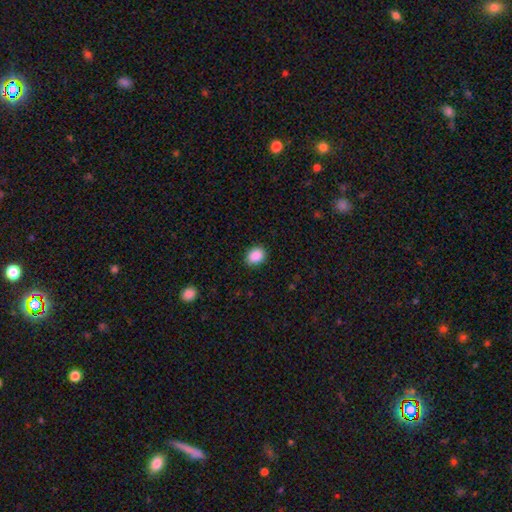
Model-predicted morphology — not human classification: A smooth galaxy with no disk features (90%) that is in between round and cigar-shaped (57%).

Vote fractions:
- Smooth or featured? smooth: 90% / star or artifact: 8% / featured or disk: 3%
- How rounded? in between: 57% / round: 42% / cigar-shaped: 1%
- Merging? none: 87% / minor disturbance: 9% / major disturbance: 2% / merger: 1%